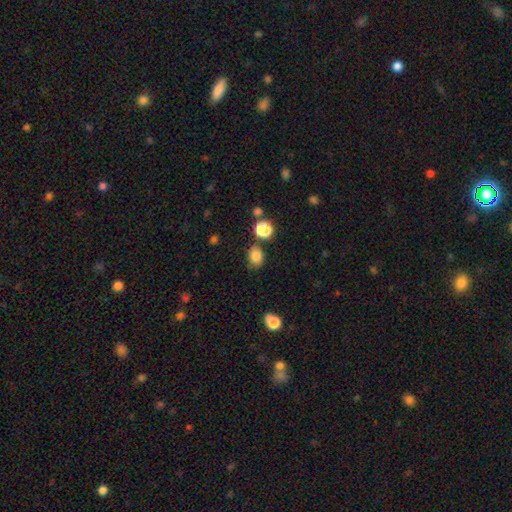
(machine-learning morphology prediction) Smooth or featured? smooth (81%)
How rounded? in between (50%)
Merging? none (78%)